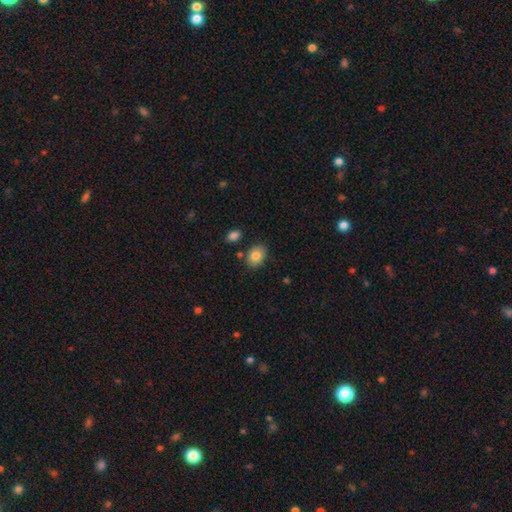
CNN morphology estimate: Overall: smooth (84%). How rounded: in between (71%). Merging: none (83%).